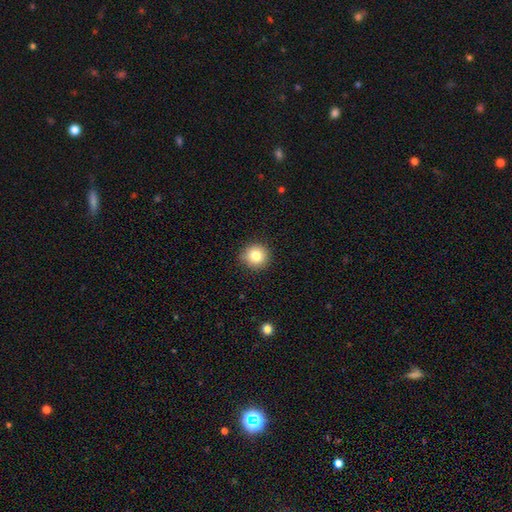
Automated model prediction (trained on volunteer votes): A smooth galaxy with no disk features (81%) that is round (93%).

Vote fractions:
- Smooth or featured? smooth: 81% / star or artifact: 10% / featured or disk: 9%
- How rounded? round: 93% / in between: 6% / cigar-shaped: 1%
- Merging? none: 89% / minor disturbance: 8% / major disturbance: 2% / merger: 1%